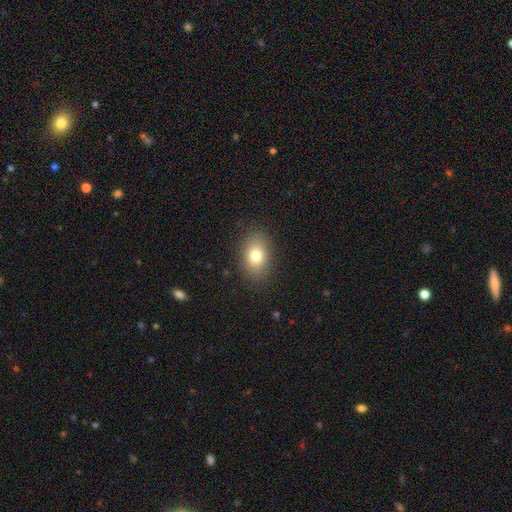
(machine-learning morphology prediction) This is likely a smooth galaxy (78%). How rounded: likely in between (80%). Merging: clearly none (86%).